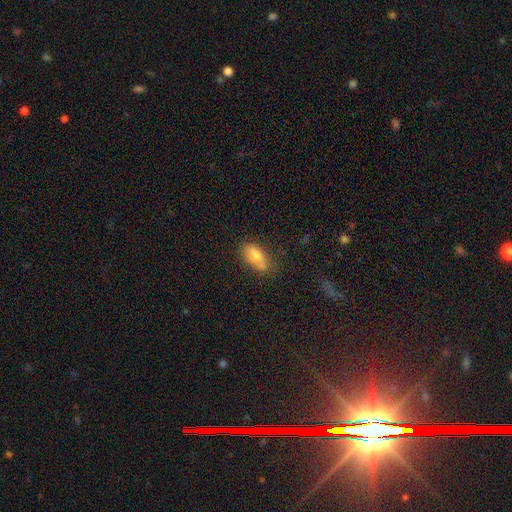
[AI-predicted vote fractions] Smooth or featured?
  - smooth: 73% *
  - featured or disk: 18%
  - star or artifact: 9%
How rounded?
  - in between: 85% *
  - cigar-shaped: 10%
  - round: 5%
Merging?
  - none: 59% *
  - minor disturbance: 23%
  - merger: 11%
  - major disturbance: 6%